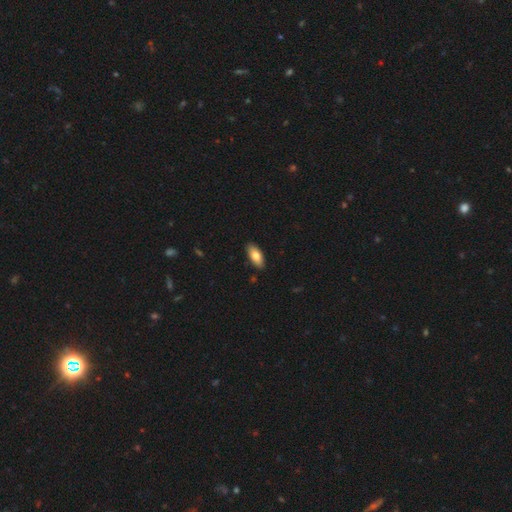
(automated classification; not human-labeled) Smooth or featured? Predicted: smooth (p=0.77). How rounded? Predicted: in between (p=0.88). Merging? Predicted: none (p=0.89).